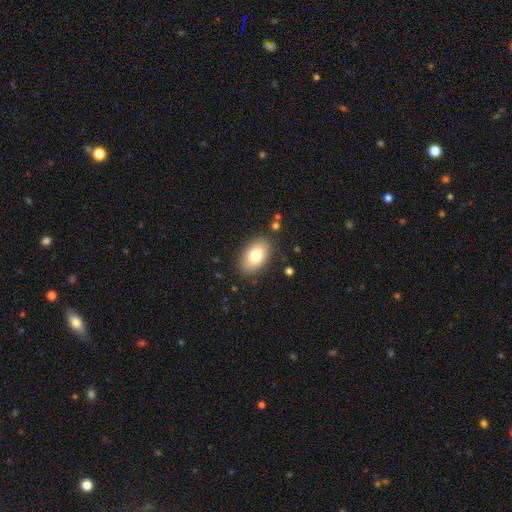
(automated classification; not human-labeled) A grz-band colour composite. It shows a smooth galaxy with no disk features (78%) that is in between round and cigar-shaped (91%). Merging: none (86%).